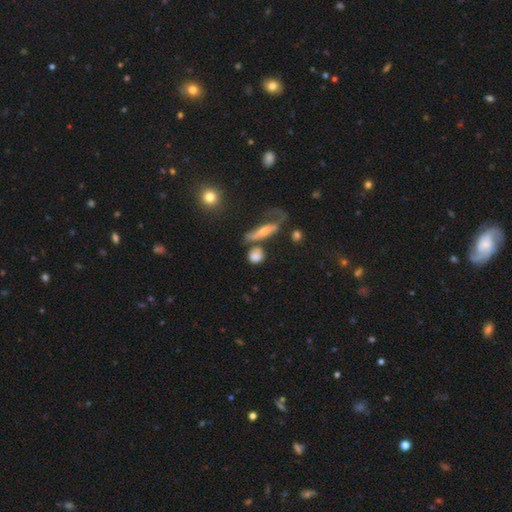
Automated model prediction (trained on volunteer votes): Smooth or featured? smooth (76%)
How rounded? round (75%)
Merging? none (51%)